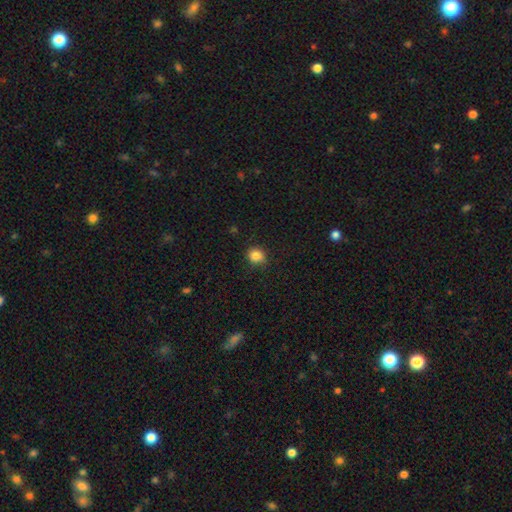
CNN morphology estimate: Smooth or featured?
  - smooth: 84% *
  - star or artifact: 11%
  - featured or disk: 5%
How rounded?
  - round: 82% *
  - in between: 17%
  - cigar-shaped: 1%
Merging?
  - none: 82% *
  - minor disturbance: 13%
  - major disturbance: 3%
  - merger: 1%